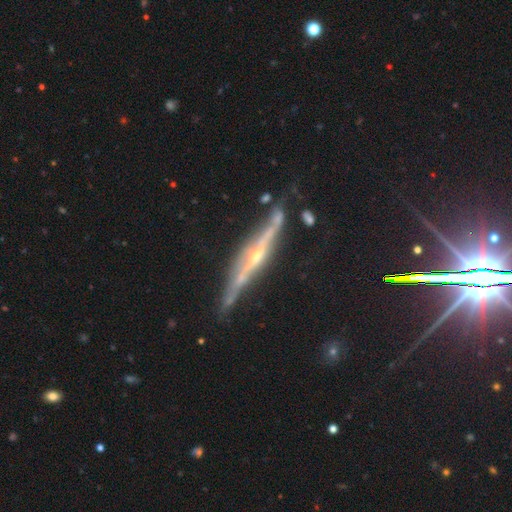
Smooth or featured: featured or disk — 87% (star or artifact — 8%)
Edge-on disk: yes — 100%
Edge-on bulge: rounded — 47% (none — 38%)
Merging: none — 81% (minor disturbance — 19%)